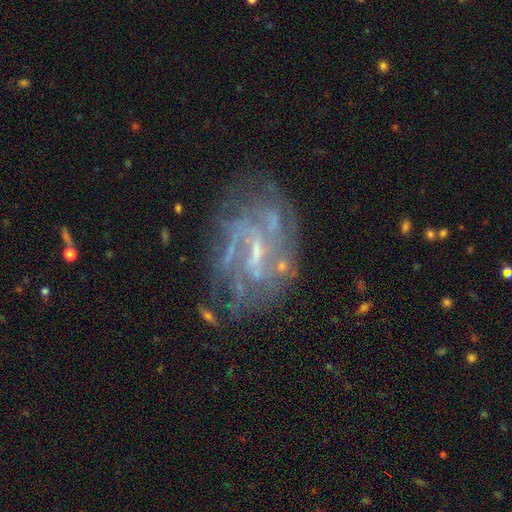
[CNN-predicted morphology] Q: Smooth or featured?
A: featured or disk (82%); runner-up: star or artifact (9%)
Q: Edge-on disk?
A: no (97%); runner-up: yes (3%)
Q: Bar?
A: weak (52%); runner-up: no (24%)
Q: Spiral arms?
A: yes (84%); runner-up: no (16%)
Q: Spiral winding?
A: tight (41%); tied with: medium (41%)
Q: Spiral arm count?
A: can't tell (39%); runner-up: 2 (23%)
Q: Bulge size?
A: small (56%); runner-up: none (22%)
Q: Merging?
A: none (62%); runner-up: minor disturbance (19%)